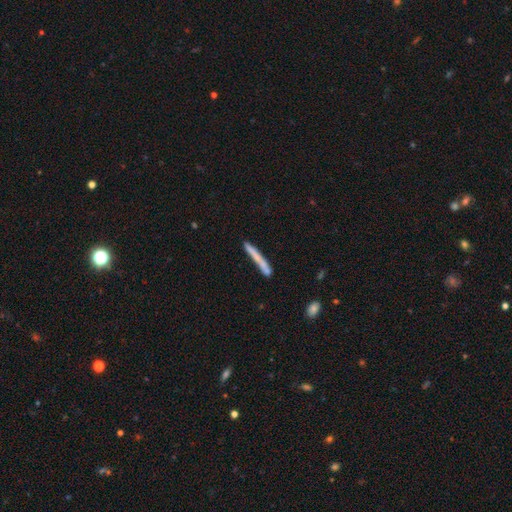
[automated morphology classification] This is likely a smooth galaxy (65%). How rounded: clearly cigar-shaped (96%). Merging: likely none (73%).